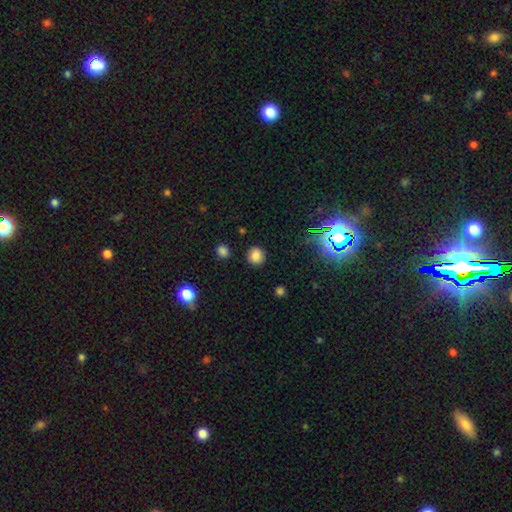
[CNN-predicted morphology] This appears to be a smooth galaxy with no disk features (81%) that is round (88%). Merging: none (89%).